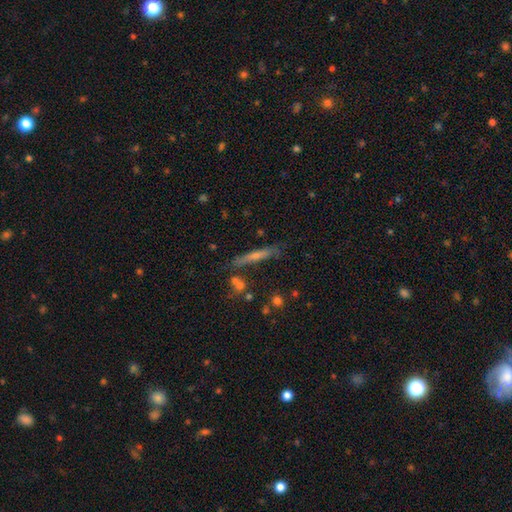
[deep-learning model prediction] featured or disk 48%, smooth 40%, star or artifact 12%. Down the decision tree: merging — none (76%).